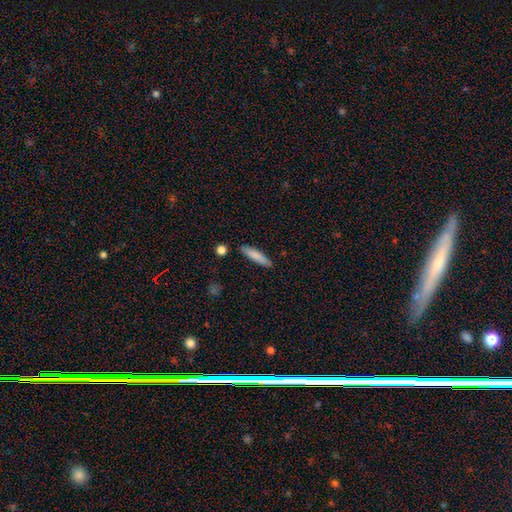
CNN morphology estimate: smooth_or_featured: smooth (p=0.82) [alt: featured or disk p=0.12]
how_rounded: cigar-shaped (p=0.83) [alt: in between p=0.16]
merging: none (p=0.85) [alt: minor disturbance p=0.10]